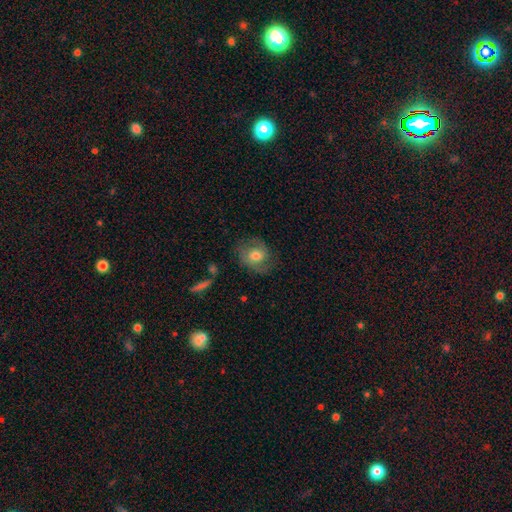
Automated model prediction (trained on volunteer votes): Smooth or featured? Predicted: smooth (p=0.47). Merging? Predicted: none (p=0.67).